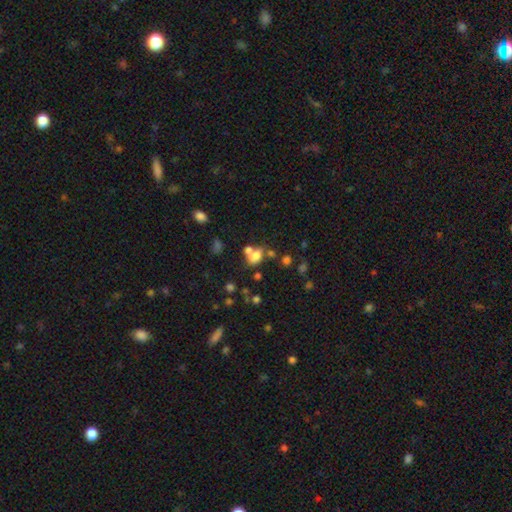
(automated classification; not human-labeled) This appears to be a smooth galaxy with no disk features (70%) that is in between round and cigar-shaped (72%). Merging: merger (47%).